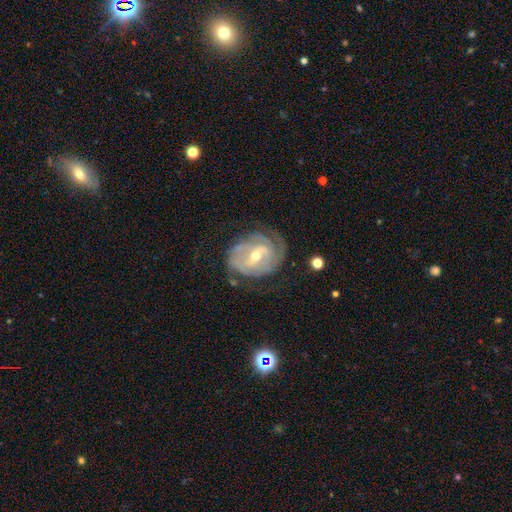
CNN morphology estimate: Smooth or featured? Predicted: featured or disk (p=0.83). Edge-on disk? Predicted: no (p=0.96). Bar? Predicted: weak (p=0.49). Spiral arms? Predicted: yes (p=0.88). Spiral winding? Predicted: tight (p=0.61). Spiral arm count? Predicted: 2 (p=0.39). Bulge size? Predicted: moderate (p=0.55). Merging? Predicted: none (p=0.60).